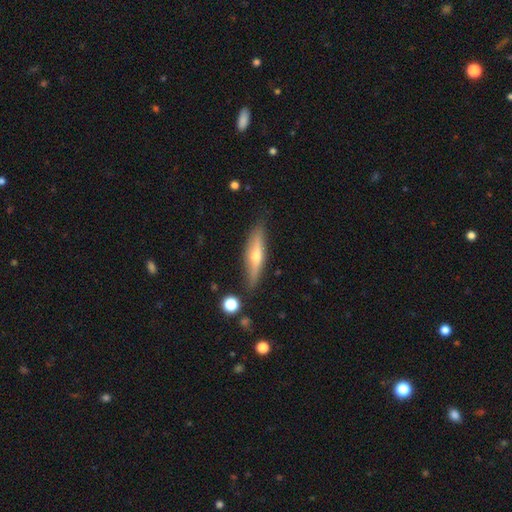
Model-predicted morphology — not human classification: Overall: featured or disk (59%; smooth 34%). Edge-on disk: yes (92%). Edge-on bulge: rounded (89%). Merging: none (84%).